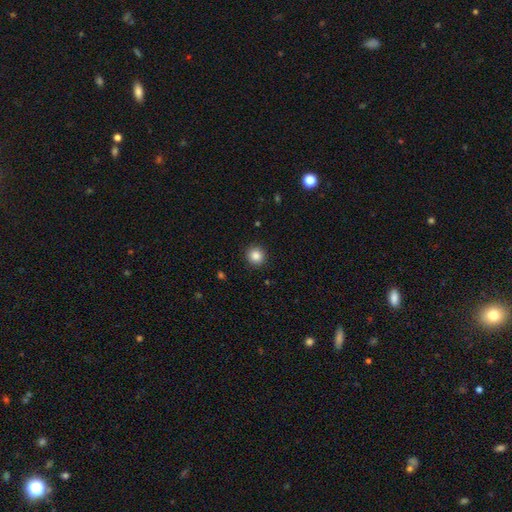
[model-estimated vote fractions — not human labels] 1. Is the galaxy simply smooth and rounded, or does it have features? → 85% smooth, 10% star or artifact, 4% featured or disk.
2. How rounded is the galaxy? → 94% round, 5% in between, 1% cigar-shaped.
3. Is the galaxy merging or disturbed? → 92% none, 5% minor disturbance, 2% major disturbance, 1% merger.